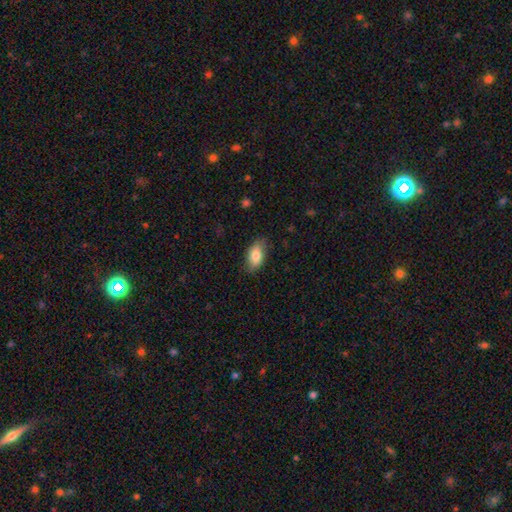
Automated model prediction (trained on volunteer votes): Overall: smooth (80%). How rounded: in between (91%). Merging: none (77%).